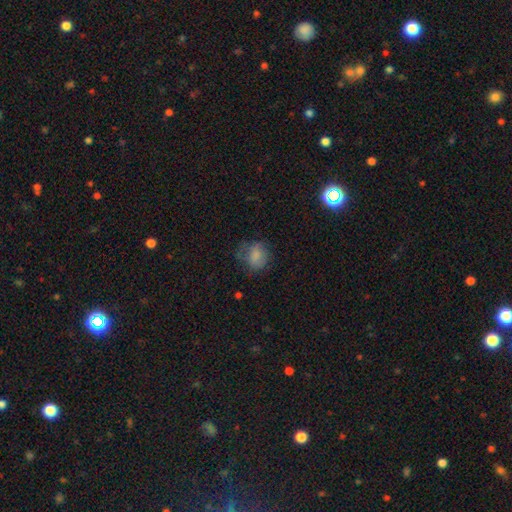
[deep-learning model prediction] Q: Smooth or featured?
A: smooth (74%); runner-up: featured or disk (16%)
Q: How rounded?
A: round (65%); runner-up: in between (34%)
Q: Merging?
A: none (52%); runner-up: minor disturbance (27%)